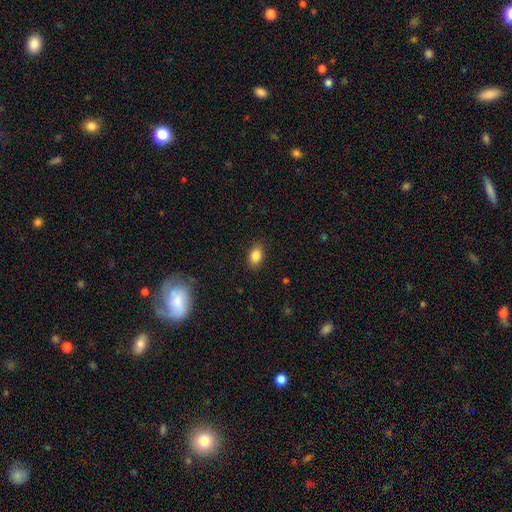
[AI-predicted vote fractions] Smooth or featured? smooth (85%)
How rounded? in between (85%)
Merging? none (86%)